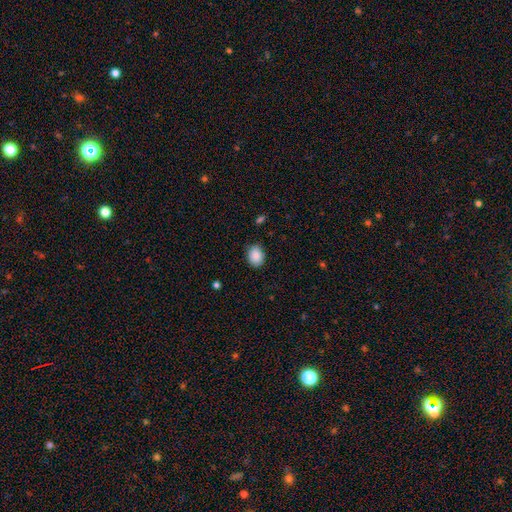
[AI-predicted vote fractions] A smooth galaxy with no disk features (89%) that is in between round and cigar-shaped (58%).

Vote fractions:
- Smooth or featured? smooth: 89% / star or artifact: 8% / featured or disk: 4%
- How rounded? in between: 58% / round: 41% / cigar-shaped: 1%
- Merging? none: 85% / minor disturbance: 12% / major disturbance: 2% / merger: 1%